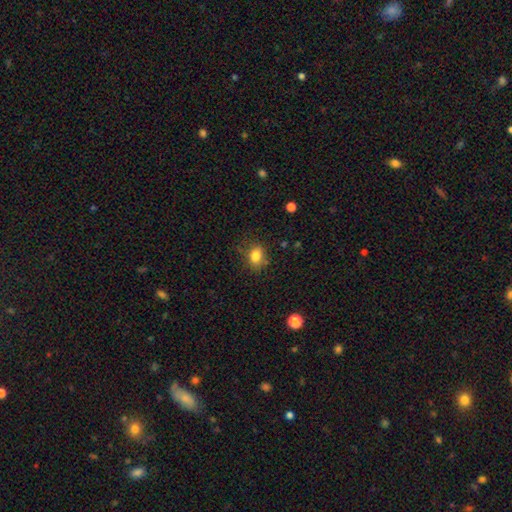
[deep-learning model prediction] Smooth or featured: smooth — 82% (star or artifact — 11%)
How rounded: in between — 58% (round — 41%)
Merging: none — 76% (minor disturbance — 17%)